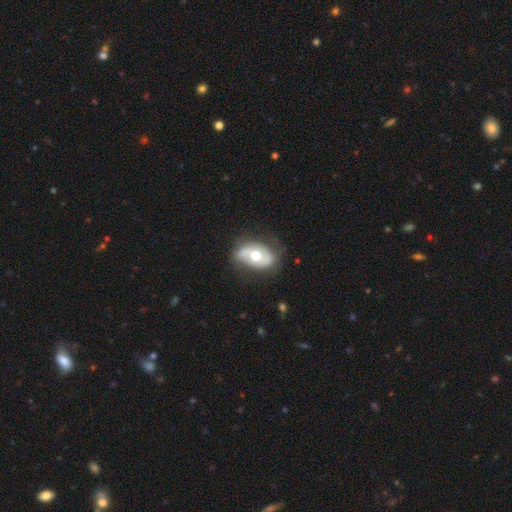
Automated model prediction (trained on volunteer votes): smooth_or_featured: featured or disk (p=0.58) [alt: smooth p=0.36]
disk_edge_on: no (p=0.93) [alt: yes p=0.07]
bar: no (p=0.70) [alt: weak p=0.20]
has_spiral_arms: yes (p=0.51) [alt: no p=0.49]
bulge_size: moderate (p=0.74) [alt: large p=0.17]
merging: none (p=0.68) [alt: minor disturbance p=0.22]